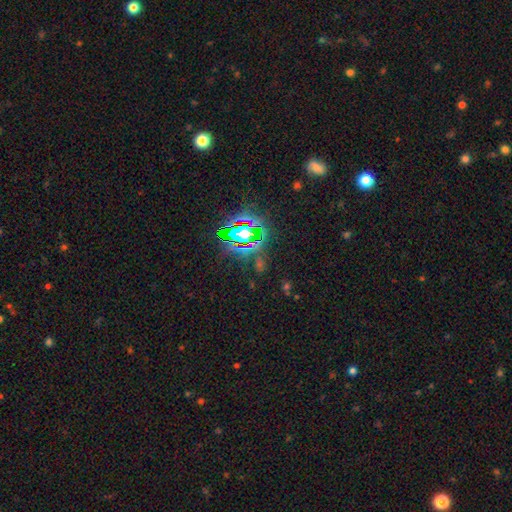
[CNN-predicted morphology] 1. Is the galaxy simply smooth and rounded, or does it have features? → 83% star or artifact, 10% smooth, 7% featured or disk.